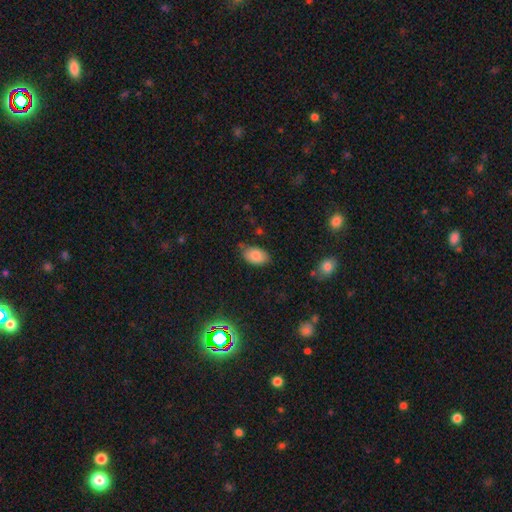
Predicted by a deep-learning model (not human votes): Smooth or featured: smooth — 83% (star or artifact — 8%)
How rounded: in between — 91% (round — 7%)
Merging: none — 75% (minor disturbance — 20%)